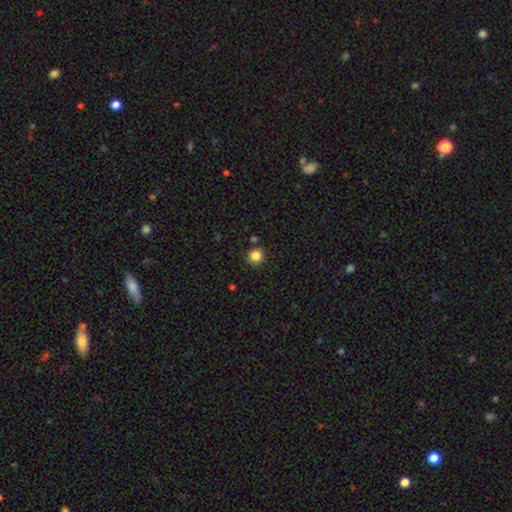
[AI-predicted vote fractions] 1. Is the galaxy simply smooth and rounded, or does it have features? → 84% smooth, 12% star or artifact, 4% featured or disk.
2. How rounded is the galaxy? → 95% round, 4% in between, 1% cigar-shaped.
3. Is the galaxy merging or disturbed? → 89% none, 6% minor disturbance, 3% merger, 2% major disturbance.